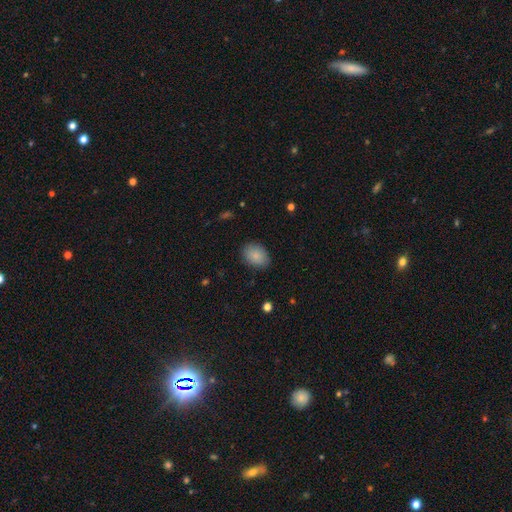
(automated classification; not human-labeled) Smooth or featured? Predicted: smooth (p=0.86). How rounded? Predicted: in between (p=0.75). Merging? Predicted: none (p=0.84).